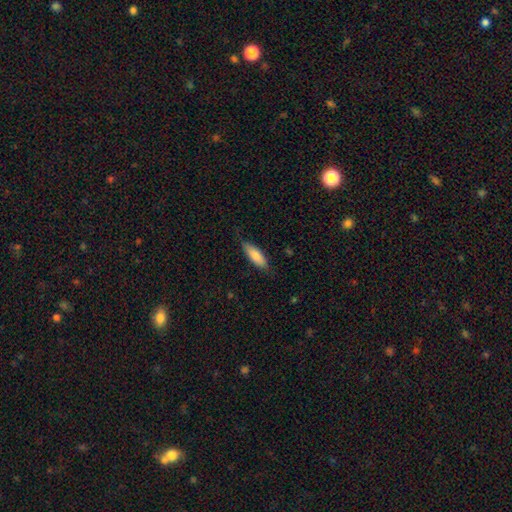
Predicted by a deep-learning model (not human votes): The model was most divided on "how rounded": in between: 65%, cigar-shaped: 34%, round: 2%. More confident: smooth or featured — smooth (83%); merging — none (78%).